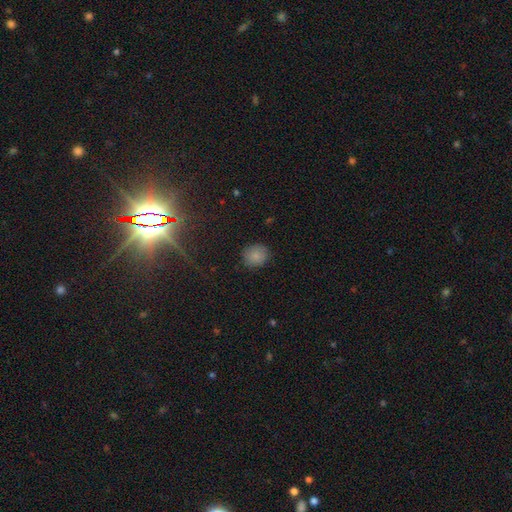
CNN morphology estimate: Q: Smooth or featured?
A: smooth (84%); runner-up: star or artifact (11%)
Q: How rounded?
A: round (80%); runner-up: in between (19%)
Q: Merging?
A: none (85%); runner-up: minor disturbance (11%)